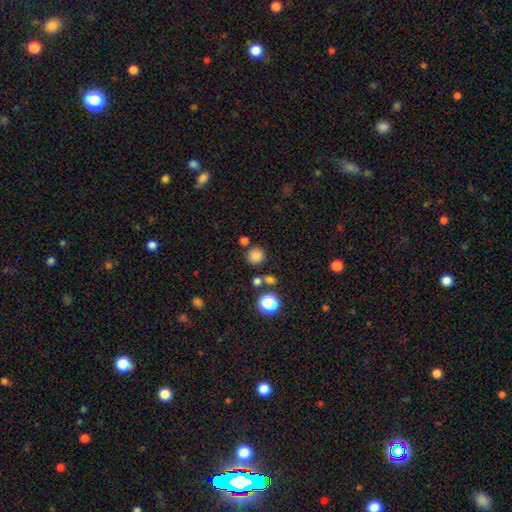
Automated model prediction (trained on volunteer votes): Overall: smooth (80%). How rounded: round (93%). Merging: none (80%).